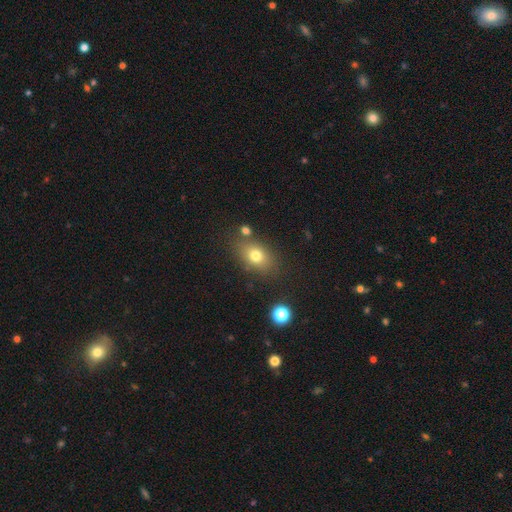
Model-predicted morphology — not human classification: The model was most divided on "how rounded": in between: 73%, round: 24%, cigar-shaped: 2%. More confident: smooth or featured — smooth (75%); merging — none (75%).